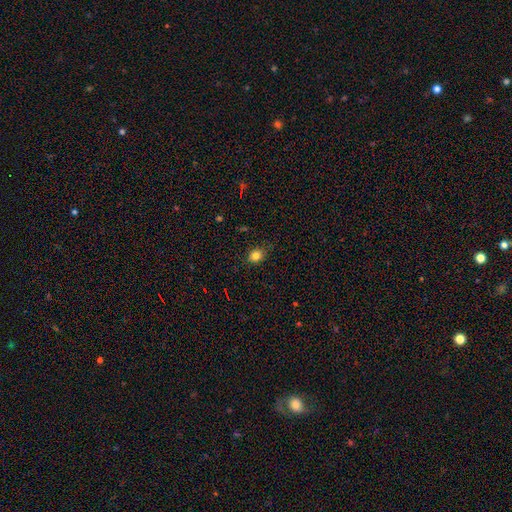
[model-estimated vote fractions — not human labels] A smooth galaxy with no disk features (82%) that is round (58%). Merging: none (81%).